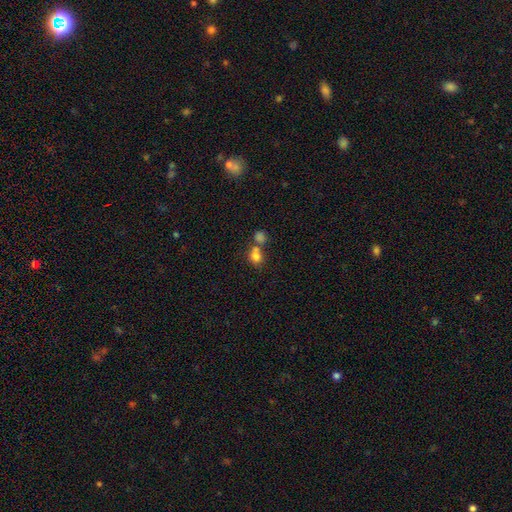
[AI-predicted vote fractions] This is likely a smooth galaxy (79%). How rounded: likely round (60%). Merging: possibly merger (49%).